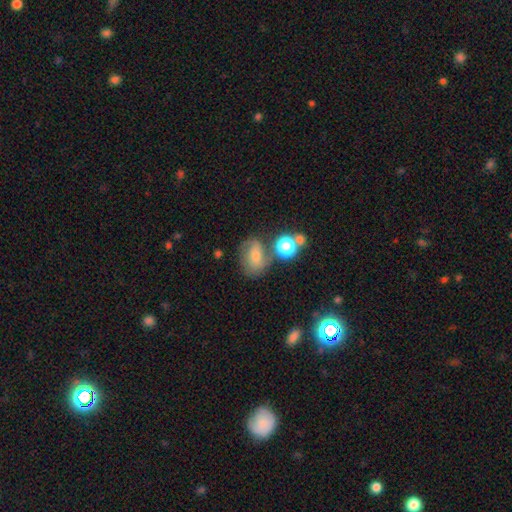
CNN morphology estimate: Smooth or featured? Predicted: featured or disk (p=0.46). Merging? Predicted: none (p=0.58).